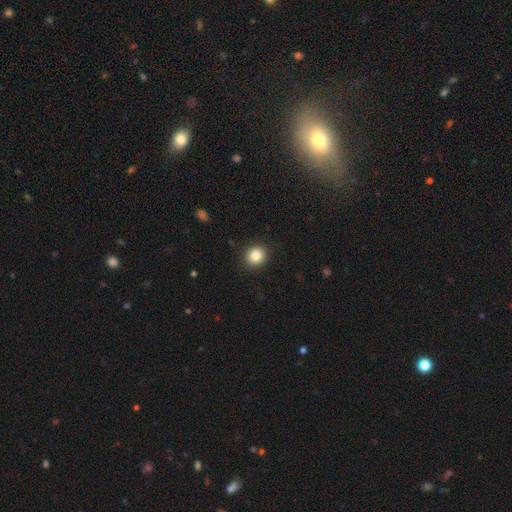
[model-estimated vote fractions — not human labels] smooth_or_featured: smooth (p=0.84) [alt: star or artifact p=0.10]
how_rounded: round (p=0.86) [alt: in between p=0.13]
merging: none (p=0.91) [alt: minor disturbance p=0.06]